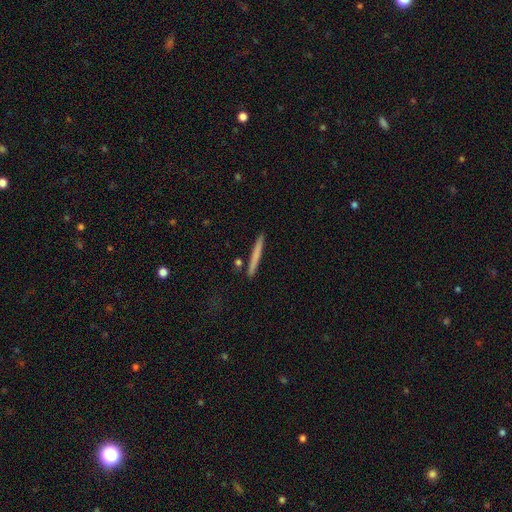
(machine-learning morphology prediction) Smooth or featured? smooth (67%)
How rounded? cigar-shaped (97%)
Merging? none (90%)